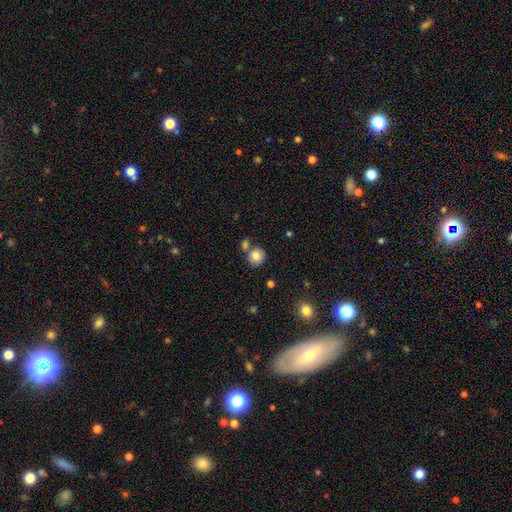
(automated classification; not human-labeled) smooth-or-featured: smooth: 82% | star or artifact: 10% | featured or disk: 8%
  how-rounded: round: 89% | in between: 10% | cigar-shaped: 1%
  merging: none: 66% | merger: 21% | minor disturbance: 10% | major disturbance: 3%